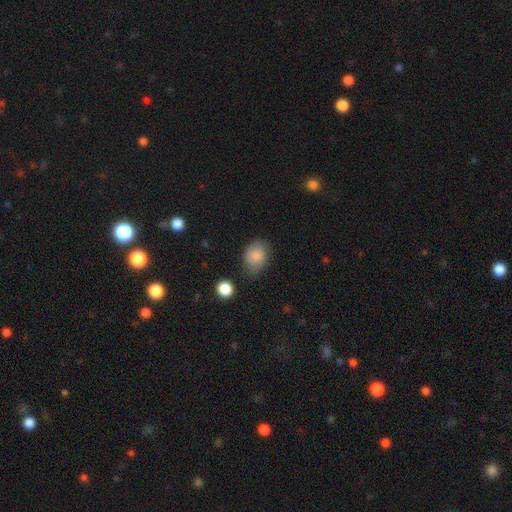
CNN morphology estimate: type=smooth (83%); roundness=in between (71%); merging=none (67%).